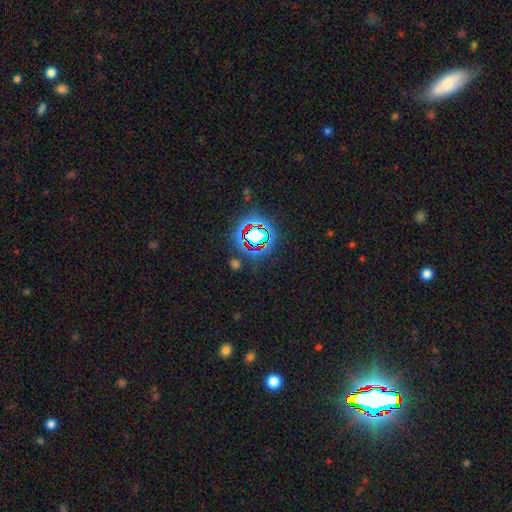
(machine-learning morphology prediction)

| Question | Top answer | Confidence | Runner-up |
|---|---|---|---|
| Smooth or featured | star or artifact | 80% | smooth (11%) |